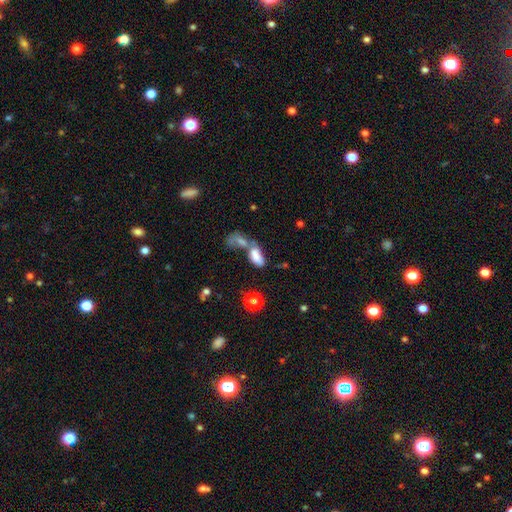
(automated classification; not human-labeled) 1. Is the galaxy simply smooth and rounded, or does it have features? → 75% smooth, 15% featured or disk, 11% star or artifact.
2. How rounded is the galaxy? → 88% in between, 7% cigar-shaped, 5% round.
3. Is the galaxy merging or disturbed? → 63% merger, 18% none, 10% major disturbance, 9% minor disturbance.